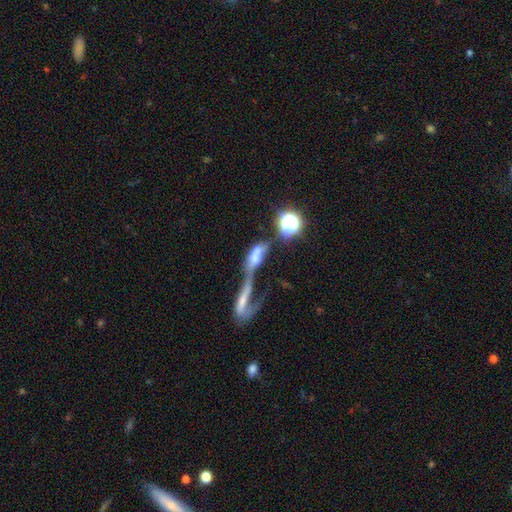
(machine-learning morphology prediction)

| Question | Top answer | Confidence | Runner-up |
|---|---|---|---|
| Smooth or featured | smooth | 48% | featured or disk (36%) |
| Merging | merger | 73% | major disturbance (14%) |